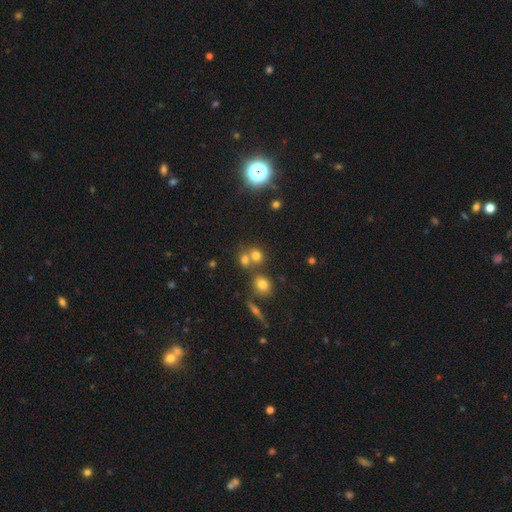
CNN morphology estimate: Overall: smooth (69%). How rounded: round (77%). Merging: none (51%; merger 38%).